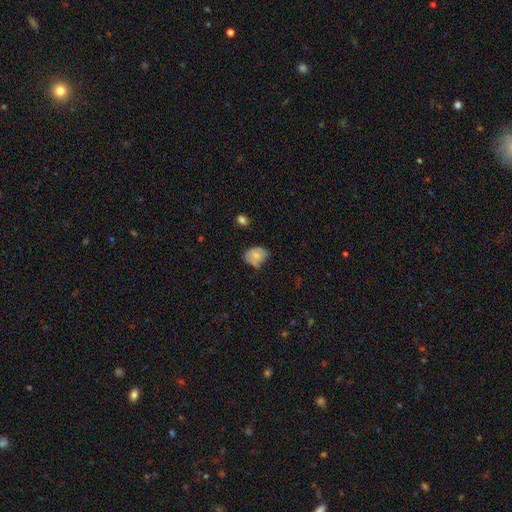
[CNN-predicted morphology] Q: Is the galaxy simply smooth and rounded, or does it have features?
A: smooth — 70%.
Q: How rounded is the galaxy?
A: in between — 64%.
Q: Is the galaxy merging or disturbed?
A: none — 46%.